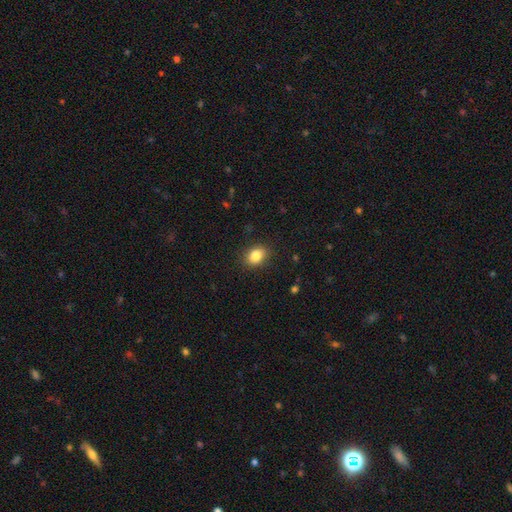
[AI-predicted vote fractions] Q: Smooth or featured?
A: smooth (84%); runner-up: star or artifact (9%)
Q: How rounded?
A: in between (68%); runner-up: round (31%)
Q: Merging?
A: none (87%); runner-up: minor disturbance (9%)